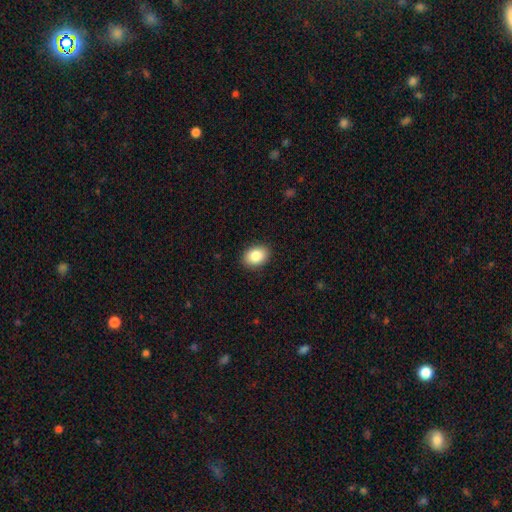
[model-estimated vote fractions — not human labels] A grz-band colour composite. It shows a smooth galaxy with no disk features (85%) that is in between round and cigar-shaped (78%). Merging: none (90%).